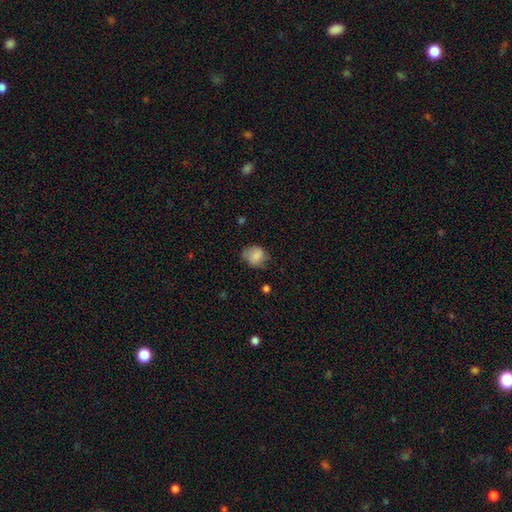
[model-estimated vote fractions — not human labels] Smooth or featured?
  - smooth: 78% *
  - featured or disk: 13%
  - star or artifact: 8%
How rounded?
  - round: 64% *
  - in between: 35%
  - cigar-shaped: 1%
Merging?
  - none: 62% *
  - minor disturbance: 28%
  - major disturbance: 8%
  - merger: 2%